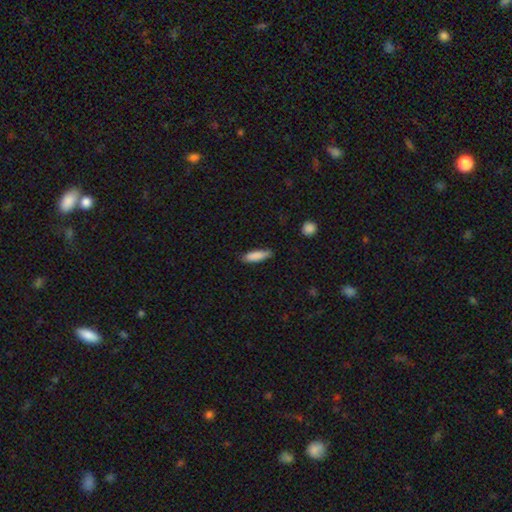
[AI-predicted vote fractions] smooth-or-featured: smooth: 85% | featured or disk: 9% | star or artifact: 6%
  how-rounded: cigar-shaped: 58% | in between: 40% | round: 2%
  merging: none: 77% | minor disturbance: 18% | major disturbance: 3% | merger: 2%